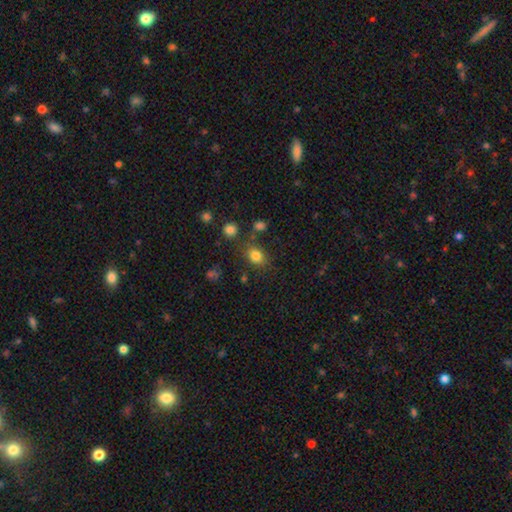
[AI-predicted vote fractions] This is clearly a smooth galaxy (82%). How rounded: possibly in between (55%). Merging: likely none (75%).